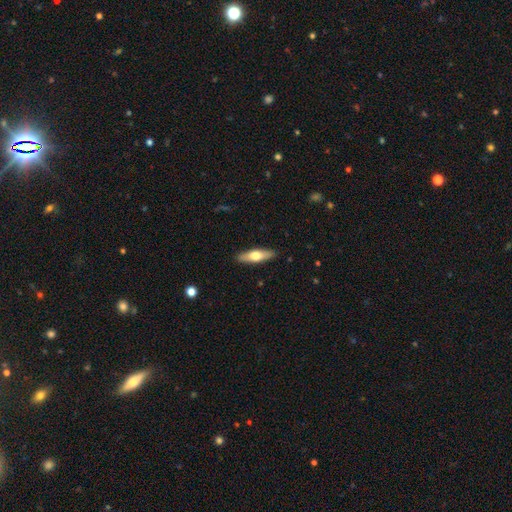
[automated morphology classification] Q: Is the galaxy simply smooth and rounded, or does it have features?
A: smooth — 50%.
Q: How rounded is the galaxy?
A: cigar-shaped — 60%.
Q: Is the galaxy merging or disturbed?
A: none — 90%.